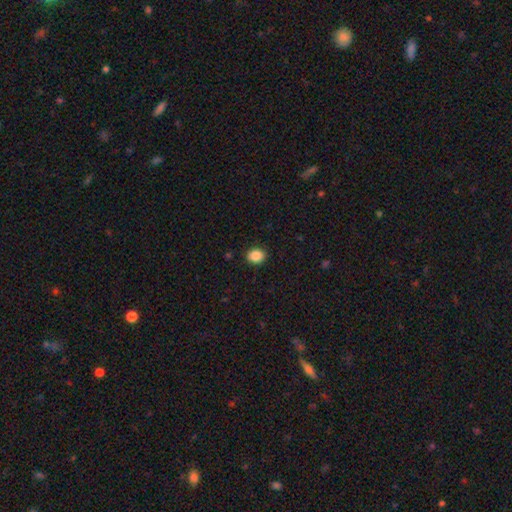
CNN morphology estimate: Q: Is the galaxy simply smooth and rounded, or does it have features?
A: smooth — 89%.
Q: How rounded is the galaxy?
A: round — 50%.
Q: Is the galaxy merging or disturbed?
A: none — 90%.